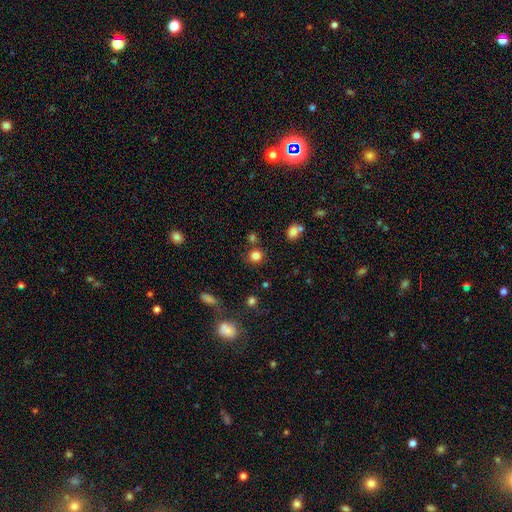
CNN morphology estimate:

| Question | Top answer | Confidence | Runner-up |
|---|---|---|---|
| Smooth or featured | smooth | 81% | star or artifact (14%) |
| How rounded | round | 90% | in between (9%) |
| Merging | none | 77% | merger (10%) |